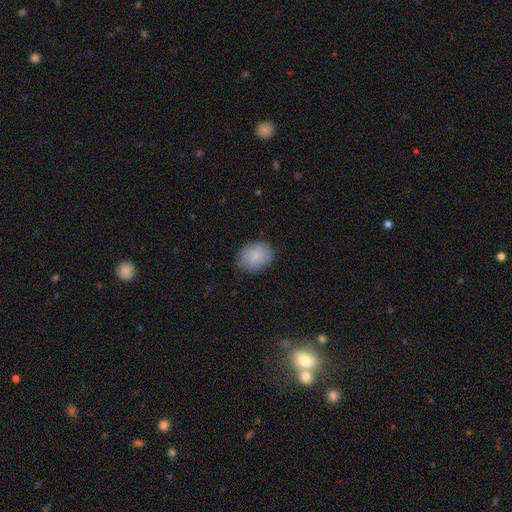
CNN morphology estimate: This appears to be a smooth galaxy with no disk features (85%) that is in between round and cigar-shaped (64%). Merging: none (80%).